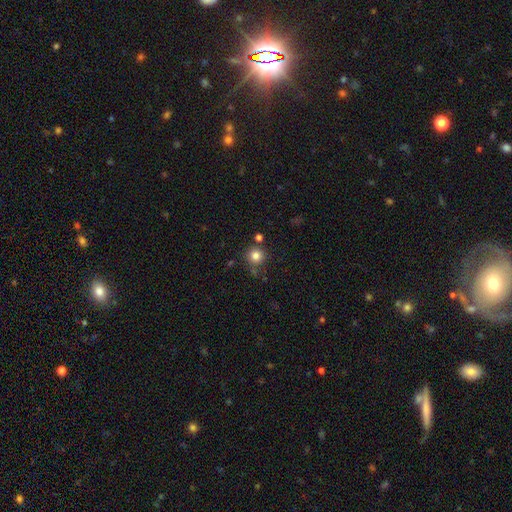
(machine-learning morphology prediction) Smooth or featured: smooth — 82% (star or artifact — 12%)
How rounded: round — 94% (in between — 5%)
Merging: none — 78% (minor disturbance — 10%)